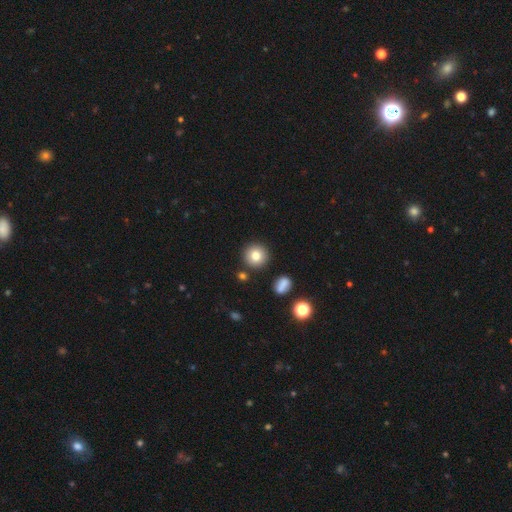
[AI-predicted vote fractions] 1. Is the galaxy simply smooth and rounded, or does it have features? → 80% smooth, 10% star or artifact, 9% featured or disk.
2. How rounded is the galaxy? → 94% round, 5% in between, 1% cigar-shaped.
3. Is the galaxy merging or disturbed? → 88% none, 6% minor disturbance, 3% merger, 2% major disturbance.